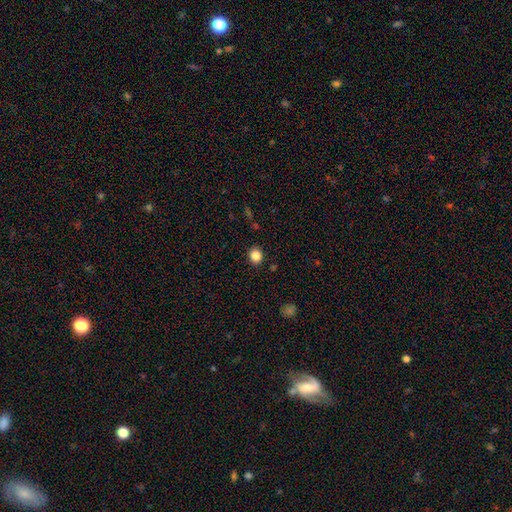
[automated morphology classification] smooth-or-featured: smooth: 85% | star or artifact: 11% | featured or disk: 4%
  how-rounded: round: 75% | in between: 24% | cigar-shaped: 1%
  merging: none: 90% | minor disturbance: 7% | major disturbance: 2% | merger: 1%